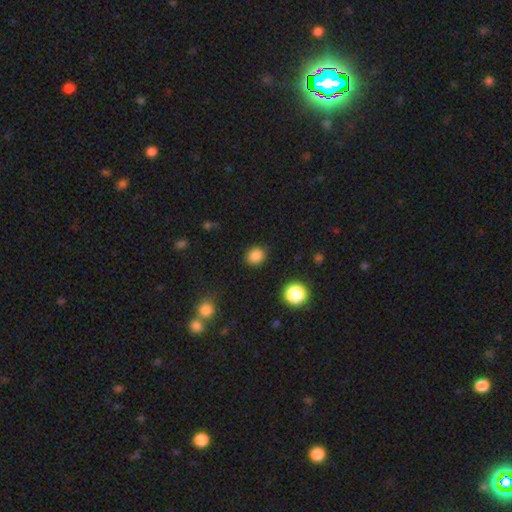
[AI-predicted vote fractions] This appears to be a smooth galaxy with no disk features (85%) that is round (76%). Merging: none (88%).